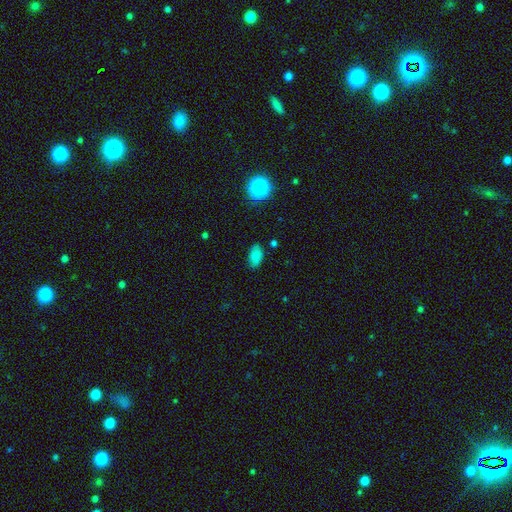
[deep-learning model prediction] Overall: smooth (82%). How rounded: in between (91%). Merging: none (79%).